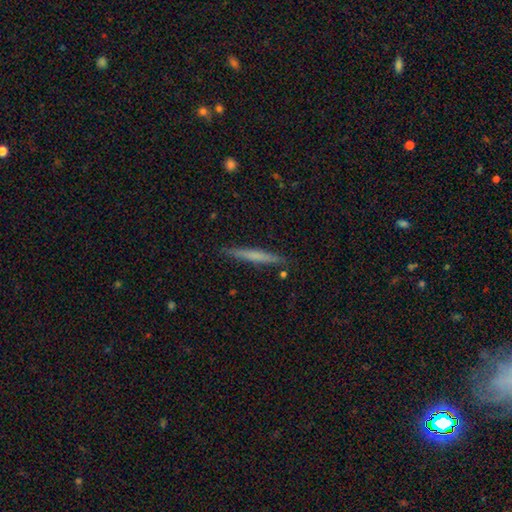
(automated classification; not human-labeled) This appears to be a smooth galaxy with no disk features (55%) that is cigar-shaped (96%). Merging: none (89%).